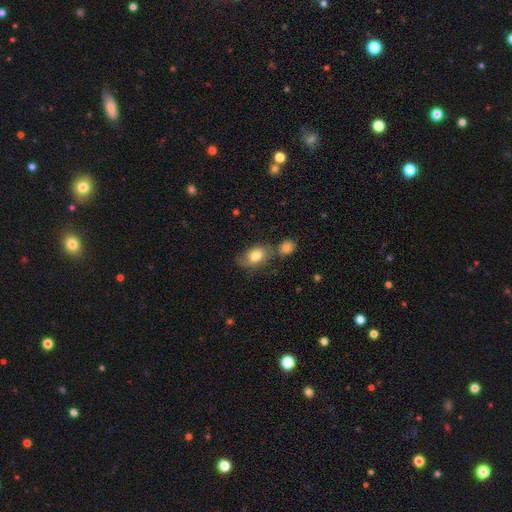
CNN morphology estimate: Smooth or featured: smooth — 79% (featured or disk — 13%)
How rounded: in between — 81% (round — 17%)
Merging: none — 53% (minor disturbance — 20%)